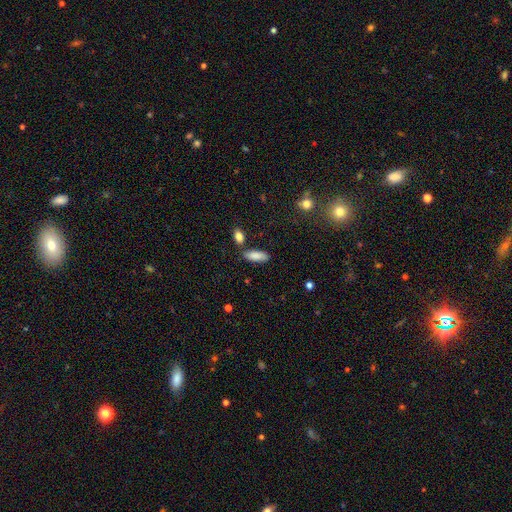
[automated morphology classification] A smooth galaxy with no disk features (86%) that is in between round and cigar-shaped (71%).

Vote fractions:
- Smooth or featured? smooth: 86% / star or artifact: 7% / featured or disk: 7%
- How rounded? in between: 71% / cigar-shaped: 27% / round: 2%
- Merging? none: 76% / minor disturbance: 13% / merger: 8% / major disturbance: 3%